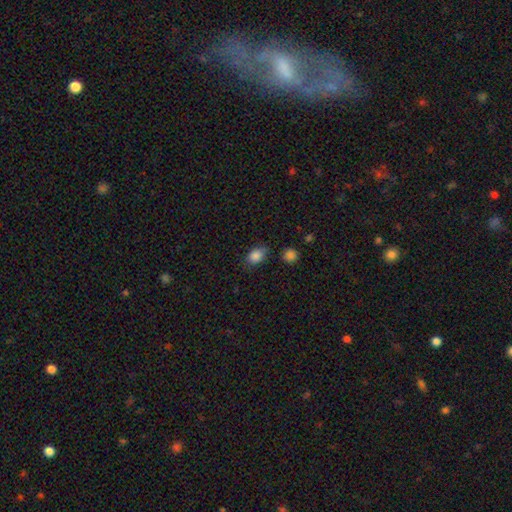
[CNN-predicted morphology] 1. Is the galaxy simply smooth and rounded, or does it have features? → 86% smooth, 9% star or artifact, 5% featured or disk.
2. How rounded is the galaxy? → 77% in between, 22% round, 1% cigar-shaped.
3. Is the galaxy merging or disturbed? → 70% none, 21% minor disturbance, 5% major disturbance, 4% merger.